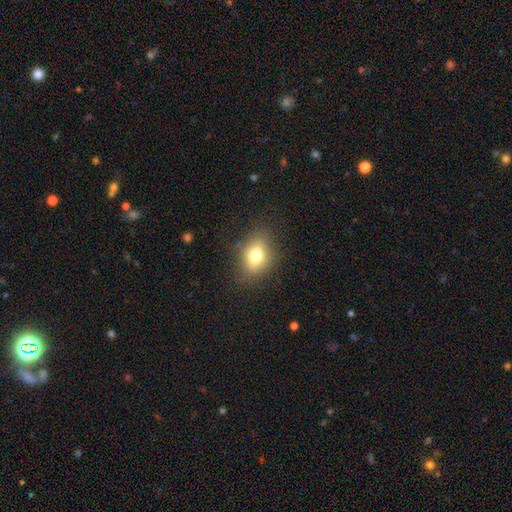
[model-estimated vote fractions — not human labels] smooth-or-featured: smooth: 72% | featured or disk: 17% | star or artifact: 11%
  how-rounded: in between: 72% | round: 26% | cigar-shaped: 3%
  merging: none: 82% | minor disturbance: 12% | major disturbance: 4% | merger: 1%